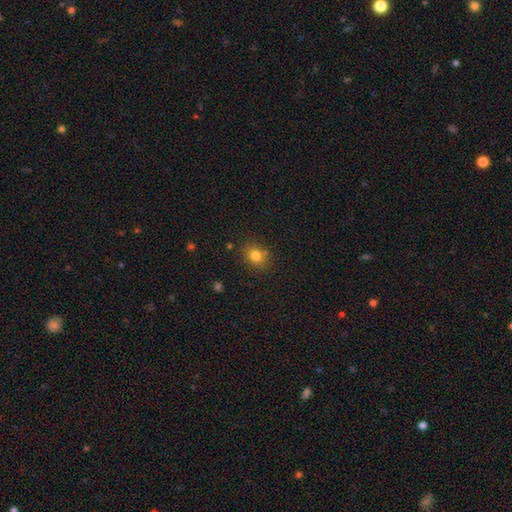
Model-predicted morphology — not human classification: Smooth or featured: smooth — 80% (star or artifact — 12%)
How rounded: round — 58% (in between — 41%)
Merging: none — 80% (minor disturbance — 13%)